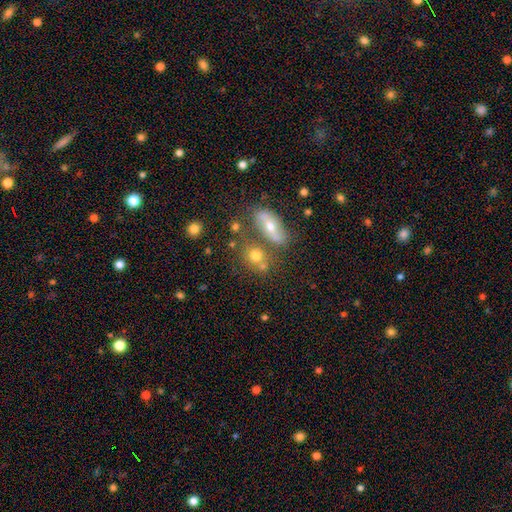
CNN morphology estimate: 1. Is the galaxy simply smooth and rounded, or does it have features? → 70% smooth, 17% featured or disk, 12% star or artifact.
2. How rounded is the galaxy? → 59% round, 37% in between, 4% cigar-shaped.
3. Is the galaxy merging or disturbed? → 58% none, 26% merger, 11% minor disturbance, 5% major disturbance.